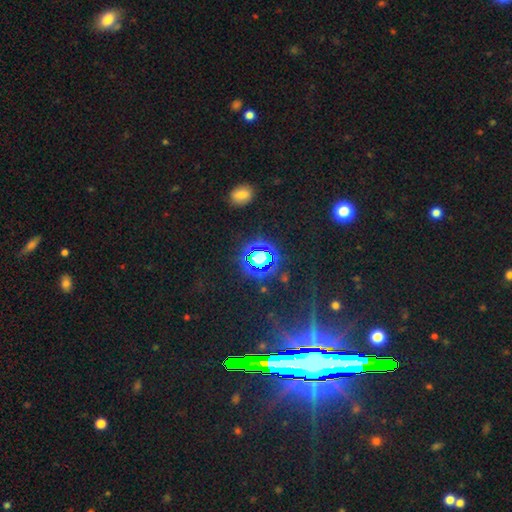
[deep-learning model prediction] A star or artifact, not a galaxy (73%).

Vote fractions:
- Smooth or featured? star or artifact: 73% / smooth: 18% / featured or disk: 9%